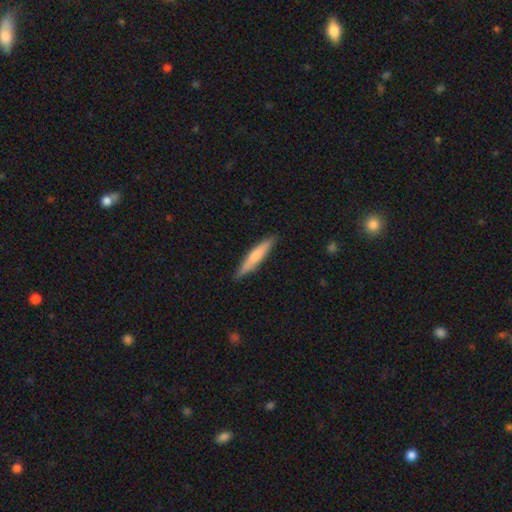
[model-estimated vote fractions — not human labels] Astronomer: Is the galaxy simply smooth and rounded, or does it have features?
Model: smooth — 69%.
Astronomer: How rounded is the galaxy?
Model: cigar-shaped — 91%.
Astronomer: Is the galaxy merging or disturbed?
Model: none — 88%.